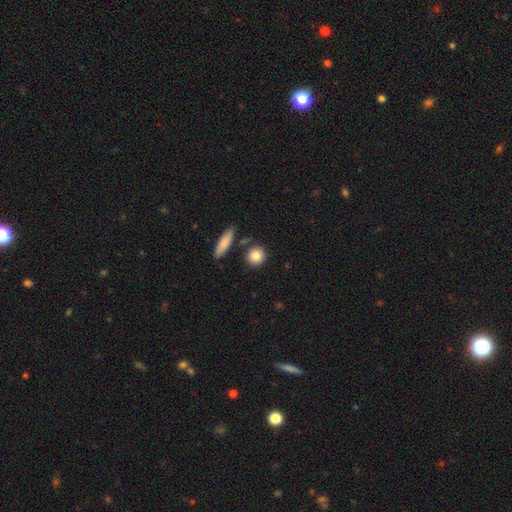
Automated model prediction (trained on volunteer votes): A smooth galaxy with no disk features (84%) that is round (82%). Merging: none (79%).